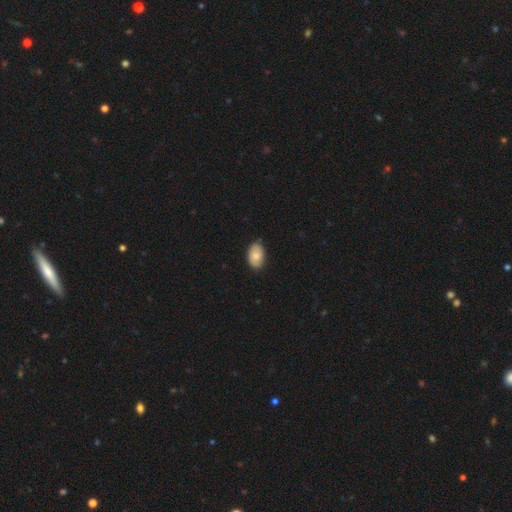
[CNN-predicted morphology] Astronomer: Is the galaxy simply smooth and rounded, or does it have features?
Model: smooth — 82%.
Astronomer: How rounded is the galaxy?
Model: in between — 91%.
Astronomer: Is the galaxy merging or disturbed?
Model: none — 79%.